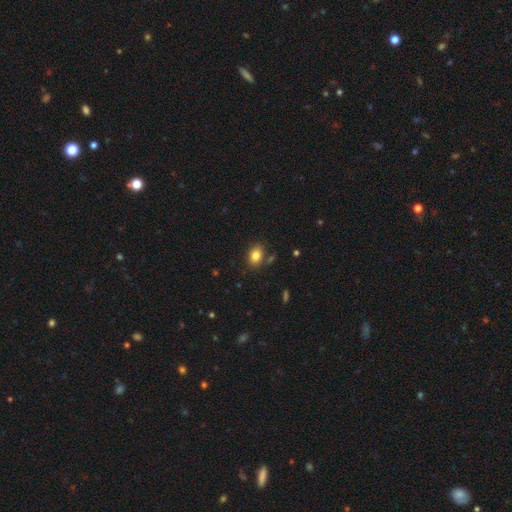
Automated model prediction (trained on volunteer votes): smooth 83%, star or artifact 10%, featured or disk 7%. Down the decision tree: how rounded — in between (72%); merging — none (81%).